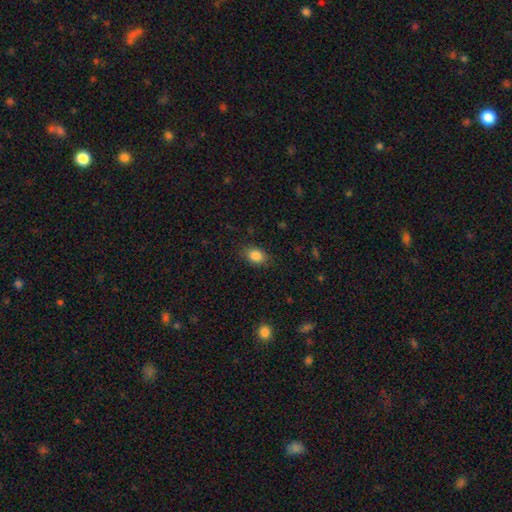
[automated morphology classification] Smooth or featured? Predicted: smooth (p=0.85). How rounded? Predicted: in between (p=0.75). Merging? Predicted: none (p=0.84).